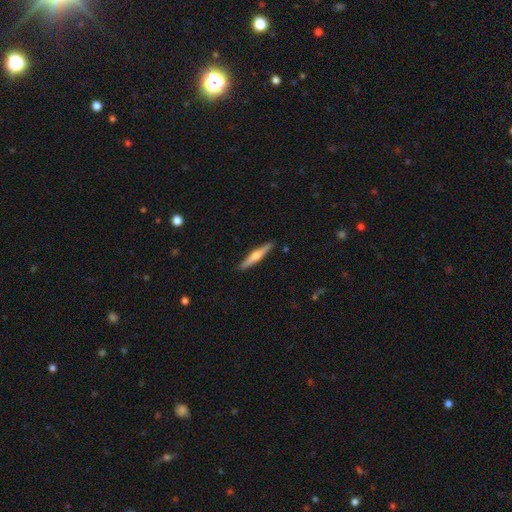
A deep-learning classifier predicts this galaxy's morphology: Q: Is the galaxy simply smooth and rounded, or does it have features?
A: featured or disk — 57%.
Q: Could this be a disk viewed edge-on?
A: yes — 97%.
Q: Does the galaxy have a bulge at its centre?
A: rounded — 87%.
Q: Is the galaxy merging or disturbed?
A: none — 91%.